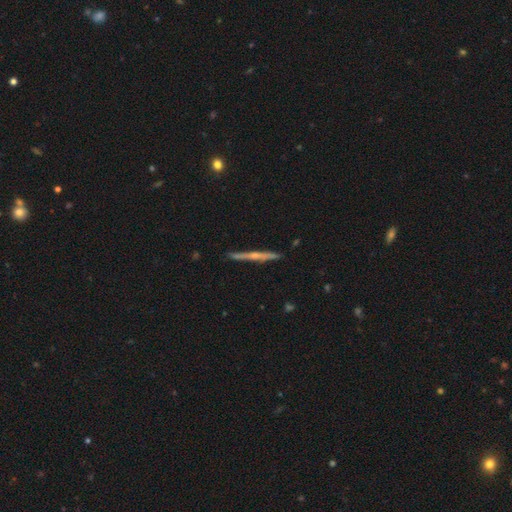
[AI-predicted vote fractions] Overall: featured or disk (72%). Edge-on disk: yes (98%). Edge-on bulge: rounded (64%; none 29%). Merging: none (91%).